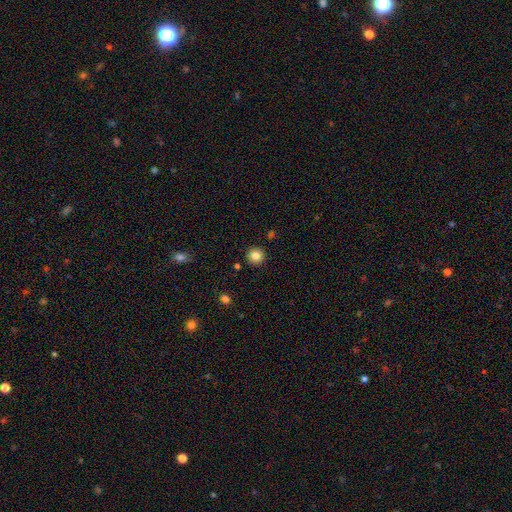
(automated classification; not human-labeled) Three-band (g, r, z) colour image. It shows a smooth galaxy with no disk features (83%) that is round (95%). Merging: none (92%).